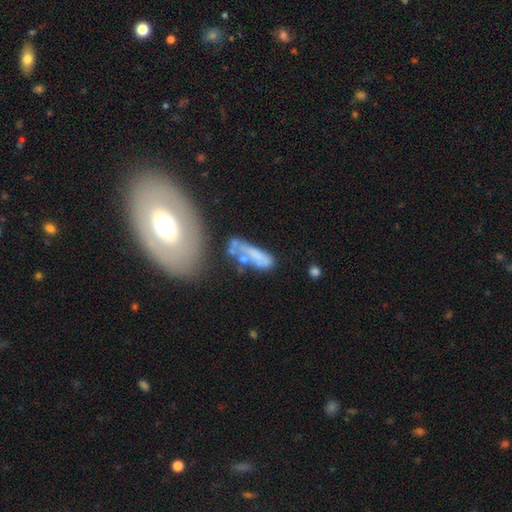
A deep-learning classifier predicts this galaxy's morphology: Smooth or featured?
  - smooth: 52% *
  - featured or disk: 37%
  - star or artifact: 11%
How rounded?
  - in between: 51% *
  - cigar-shaped: 45%
  - round: 5%
Merging?
  - none: 34% *
  - minor disturbance: 23%
  - major disturbance: 22%
  - merger: 21%